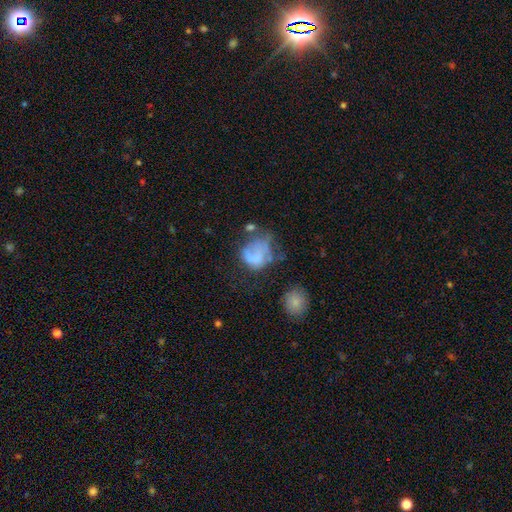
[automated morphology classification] Smooth or featured? smooth (58%)
How rounded? in between (50%)
Merging? major disturbance (41%)